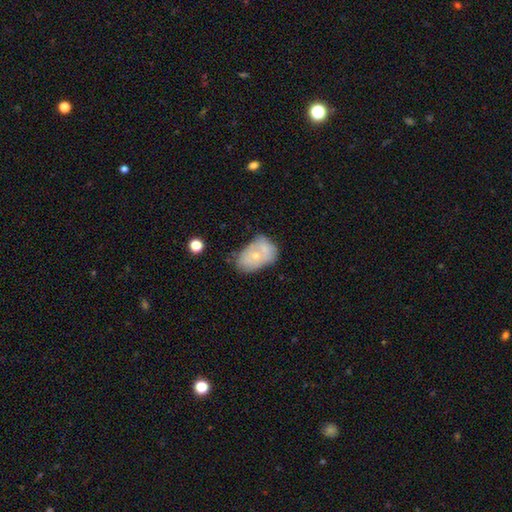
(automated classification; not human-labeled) Smooth or featured: smooth — 56% (featured or disk — 36%)
How rounded: in between — 82% (round — 17%)
Merging: merger — 36% (none — 32%)